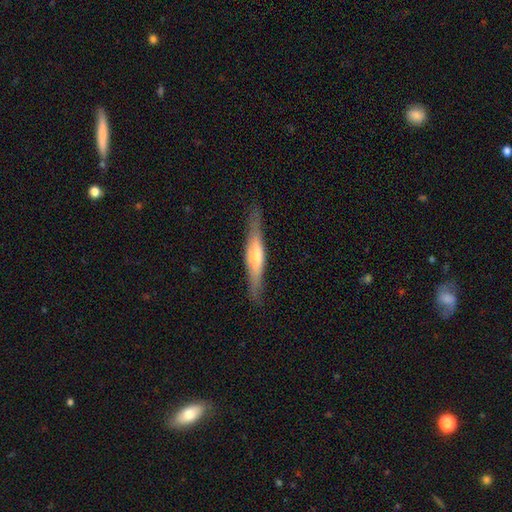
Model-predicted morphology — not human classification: smooth-or-featured: featured or disk: 55% | smooth: 40% | star or artifact: 6%
  disk-edge-on: yes: 93% | no: 7%
    edge-on-bulge: rounded: 66% | none: 18% | boxy: 16%
  merging: none: 84% | minor disturbance: 12% | major disturbance: 3% | merger: 1%